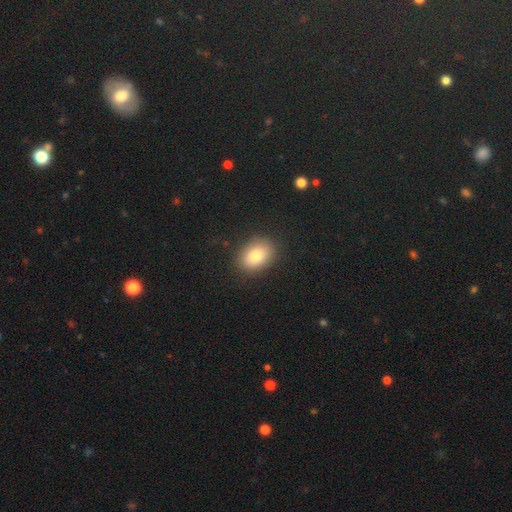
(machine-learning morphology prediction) smooth-or-featured: smooth: 80% | featured or disk: 11% | star or artifact: 9%
  how-rounded: in between: 75% | round: 24% | cigar-shaped: 1%
  merging: none: 87% | minor disturbance: 9% | major disturbance: 3% | merger: 1%